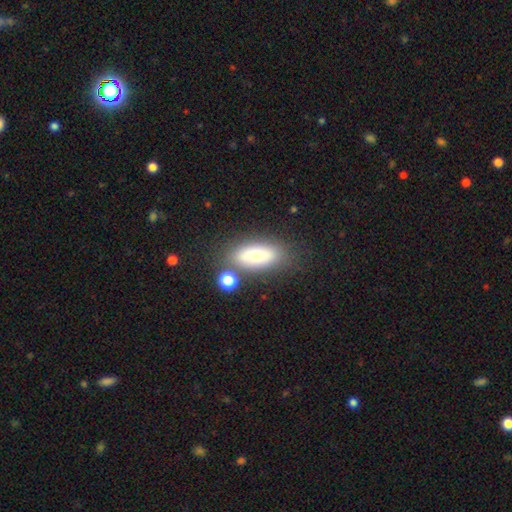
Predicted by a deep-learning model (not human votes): smooth-or-featured: smooth: 64% | featured or disk: 27% | star or artifact: 9%
  how-rounded: in between: 85% | cigar-shaped: 9% | round: 6%
  merging: none: 70% | minor disturbance: 14% | merger: 10% | major disturbance: 6%